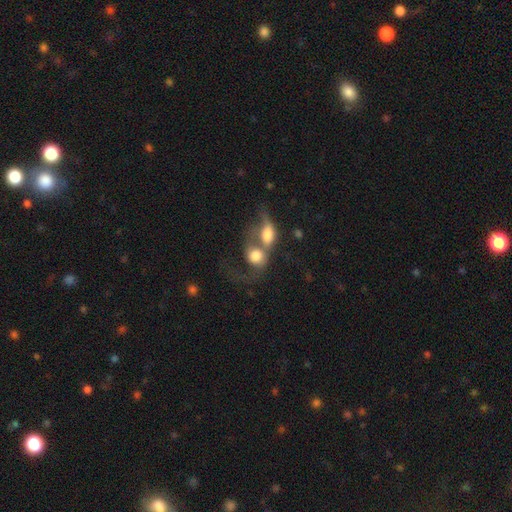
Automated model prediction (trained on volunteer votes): The model was most divided on "how rounded": round: 50%, in between: 47%, cigar-shaped: 3%. More confident: merging — merger (78%); smooth or featured — smooth (61%).